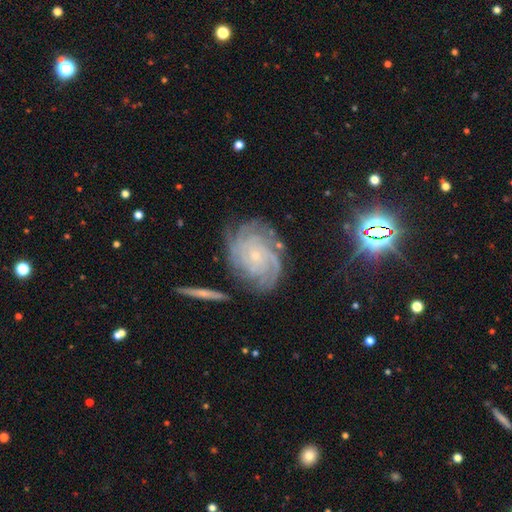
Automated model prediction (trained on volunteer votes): The model was most divided on "spiral arm count": 4: 26%, can't tell: 22%, 3: 18%, more than 4: 16%, 2: 11%, 1: 7%. More confident: spiral arms — yes (98%); edge-on disk — no (97%); smooth or featured — featured or disk (86%); bulge size — small (83%); bar — no (77%); spiral winding — tight (76%); merging — none (74%).